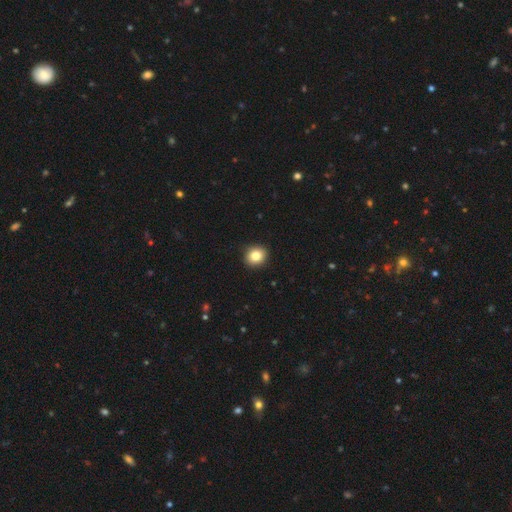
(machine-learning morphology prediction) Smooth or featured? smooth (84%)
How rounded? round (77%)
Merging? none (90%)